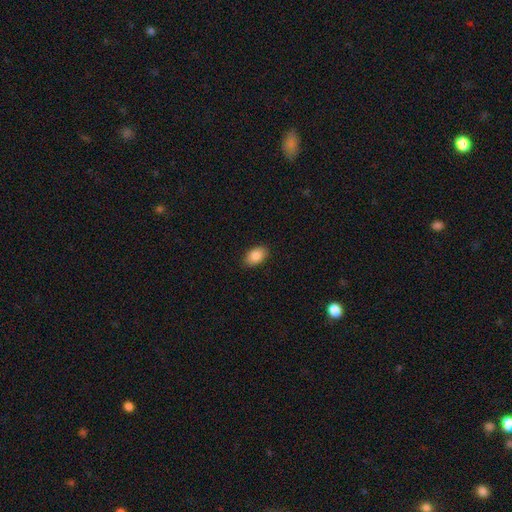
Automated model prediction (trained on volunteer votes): A smooth galaxy with no disk features (87%) that is in between round and cigar-shaped (90%). Merging: none (88%).